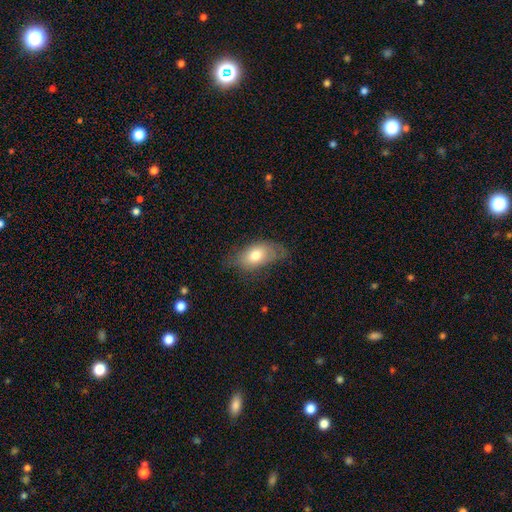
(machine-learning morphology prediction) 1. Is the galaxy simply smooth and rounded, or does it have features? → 72% smooth, 21% featured or disk, 8% star or artifact.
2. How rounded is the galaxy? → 89% in between, 7% round, 4% cigar-shaped.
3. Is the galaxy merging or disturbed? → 56% none, 30% minor disturbance, 13% major disturbance, 1% merger.